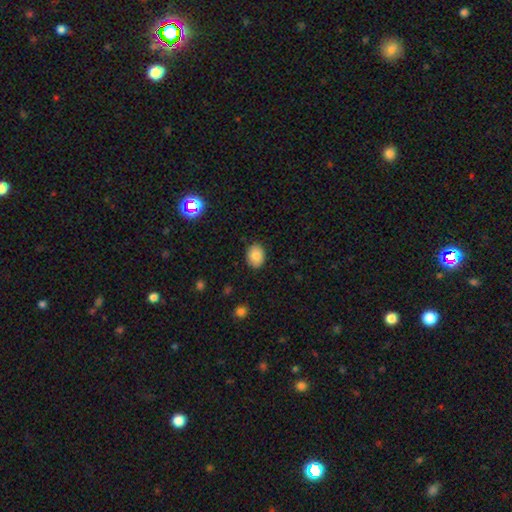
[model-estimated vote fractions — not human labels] A smooth galaxy with no disk features (85%) that is in between round and cigar-shaped (61%). Merging: none (88%).